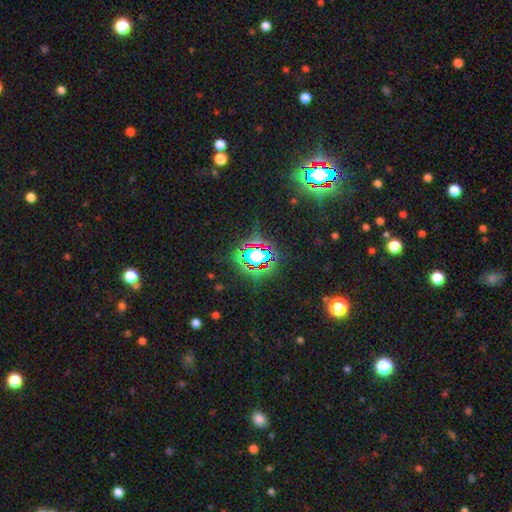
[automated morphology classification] Overall: star or artifact (72%).